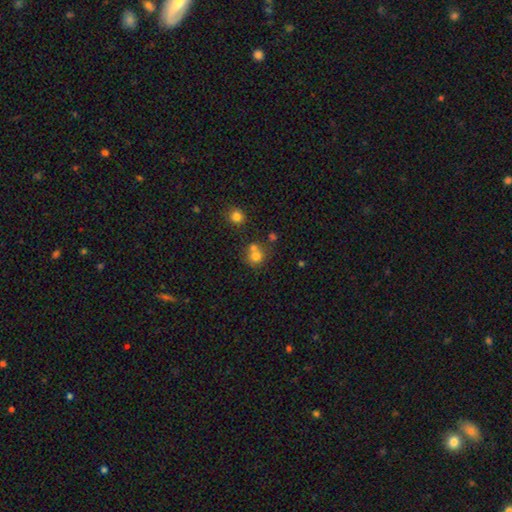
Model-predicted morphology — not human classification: smooth 73%, star or artifact 14%, featured or disk 12%. Down the decision tree: how rounded — round (86%); merging — none (52%).